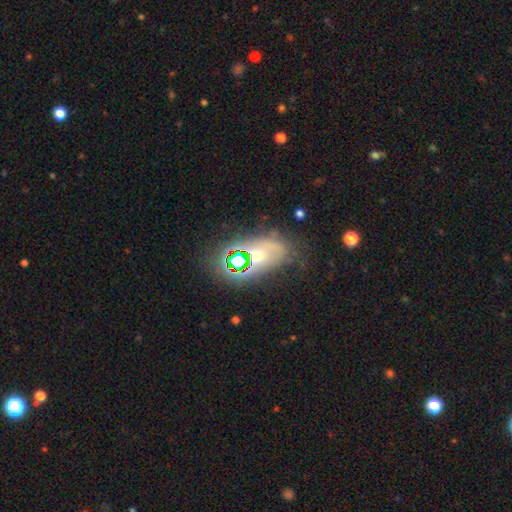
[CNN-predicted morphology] Smooth or featured: featured or disk — 49% (star or artifact — 29%)
Merging: none — 56% (minor disturbance — 21%)